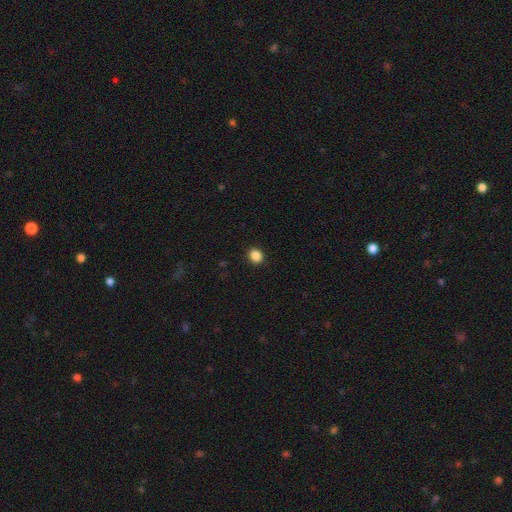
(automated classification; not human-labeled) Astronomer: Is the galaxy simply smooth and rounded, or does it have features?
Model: smooth — 86%.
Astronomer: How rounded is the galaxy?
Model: round — 77%.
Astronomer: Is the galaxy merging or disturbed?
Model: none — 92%.